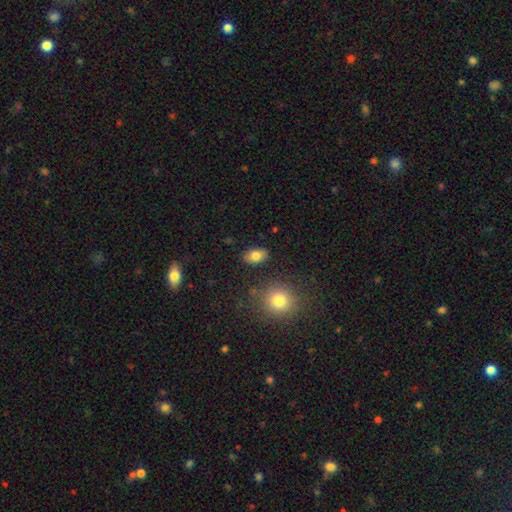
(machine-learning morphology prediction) A smooth galaxy with no disk features (80%) that is in between round and cigar-shaped (85%). Merging: none (85%).